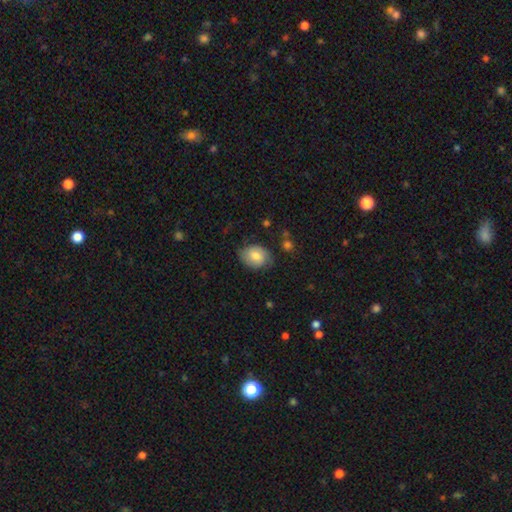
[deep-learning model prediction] This is likely a smooth galaxy (66%). How rounded: possibly in between (58%). Merging: likely none (66%).